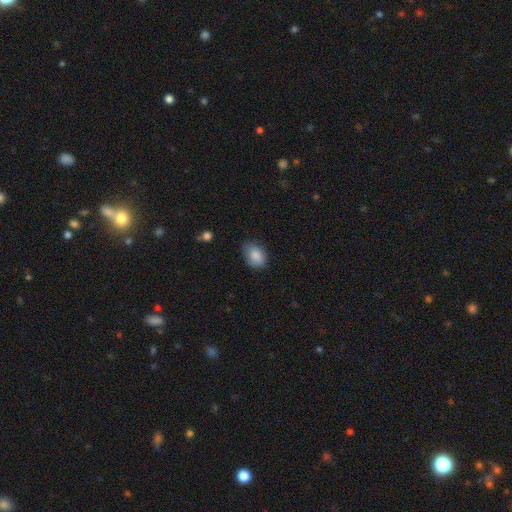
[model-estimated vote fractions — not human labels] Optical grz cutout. It shows a smooth galaxy with no disk features (86%) that is in between round and cigar-shaped (82%). Merging: none (68%).